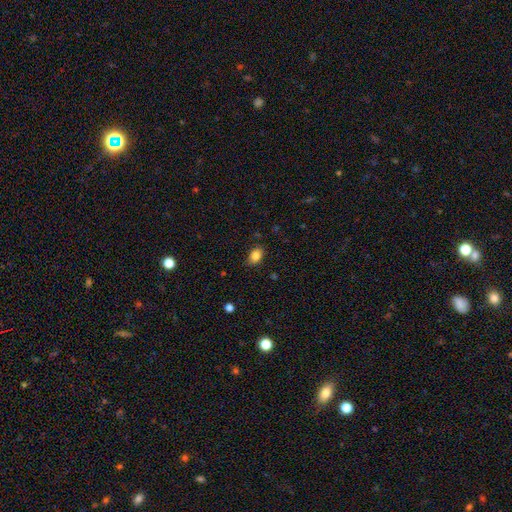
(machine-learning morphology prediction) Smooth or featured? smooth (84%)
How rounded? in between (81%)
Merging? none (84%)